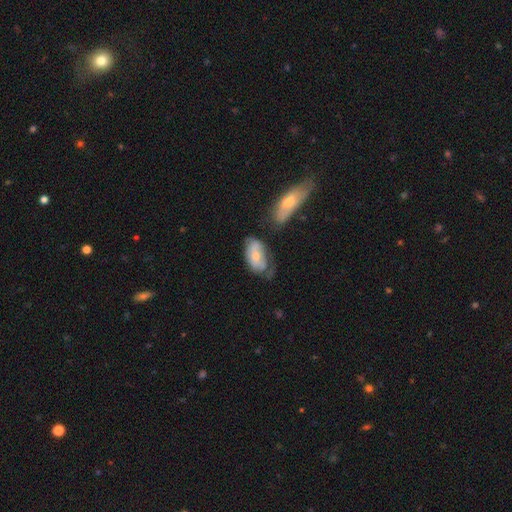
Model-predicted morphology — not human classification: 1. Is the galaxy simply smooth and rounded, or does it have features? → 55% smooth, 39% featured or disk, 6% star or artifact.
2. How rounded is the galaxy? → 92% in between, 5% round, 3% cigar-shaped.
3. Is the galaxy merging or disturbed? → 38% none, 31% minor disturbance, 17% major disturbance, 14% merger.